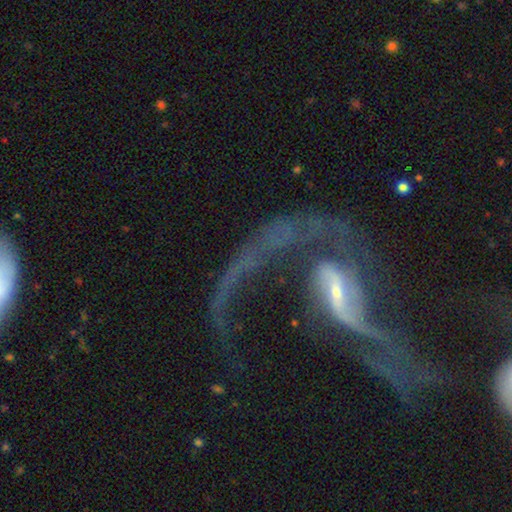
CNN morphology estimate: smooth-or-featured: featured or disk: 84% | star or artifact: 8% | smooth: 8%
  disk-edge-on: no: 94% | yes: 6%
    bar: weak: 38% | strong: 37% | no: 25%
    has-spiral-arms: yes: 86% | no: 14%
      spiral-winding: loose: 79% | medium: 16% | tight: 5%
      spiral-arm-count: 2: 71% | 1: 15% | can't tell: 7% | 3: 3% | 4: 2% | more than 4: 2%
    bulge-size: small: 62% | moderate: 27% | none: 6% | large: 3% | dominant: 2%
  merging: major disturbance: 42% | none: 26% | merger: 22% | minor disturbance: 10%